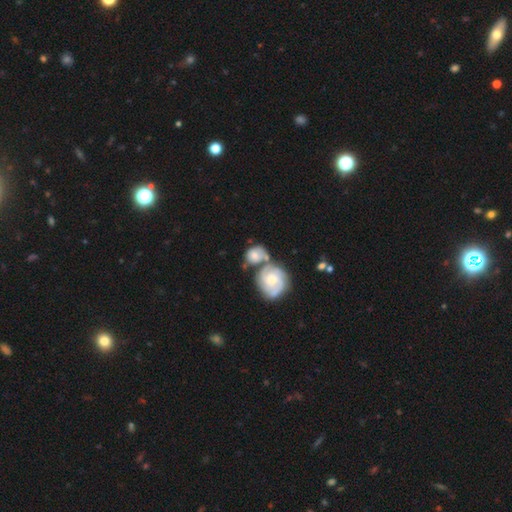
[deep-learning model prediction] Overall: smooth (47%; featured or disk 46%). Merging: merger (46%; none 35%).